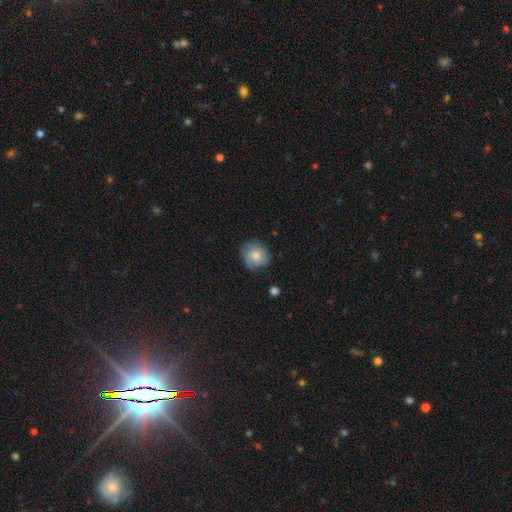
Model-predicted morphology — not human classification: Smooth or featured? Predicted: smooth (p=0.65). How rounded? Predicted: round (p=0.77). Merging? Predicted: none (p=0.67).